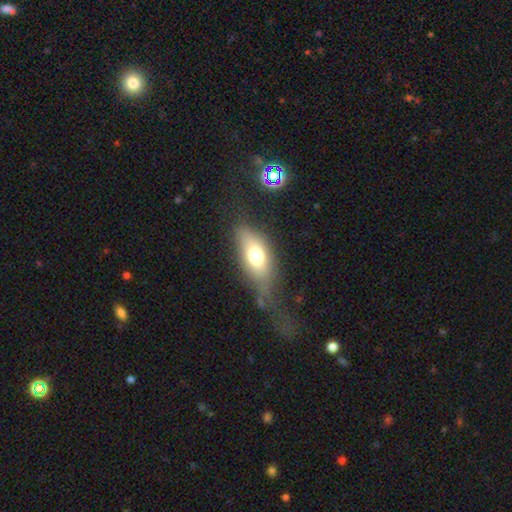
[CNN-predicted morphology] A smooth galaxy with no disk features (67%) that is in between round and cigar-shaped (81%).

Vote fractions:
- Smooth or featured? smooth: 67% / featured or disk: 23% / star or artifact: 9%
- How rounded? in between: 81% / cigar-shaped: 11% / round: 8%
- Merging? none: 48% / minor disturbance: 25% / major disturbance: 22% / merger: 4%